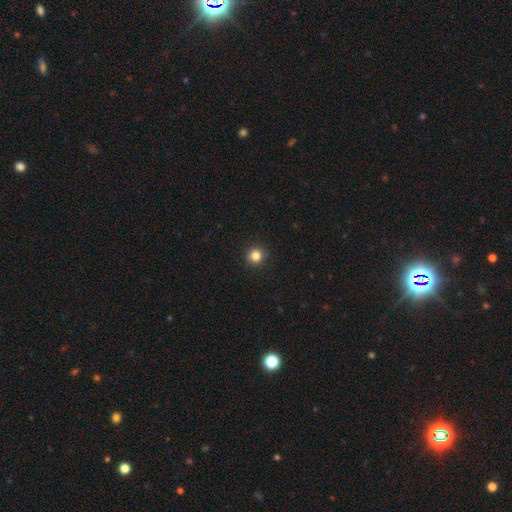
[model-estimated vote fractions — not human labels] Smooth or featured? smooth (83%)
How rounded? round (94%)
Merging? none (92%)